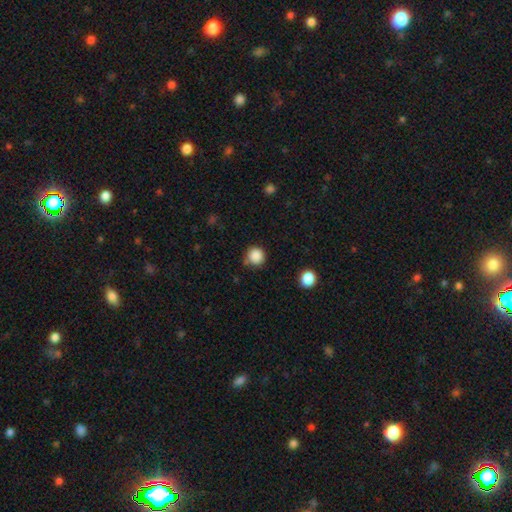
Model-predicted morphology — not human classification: smooth_or_featured: smooth (p=0.87) [alt: star or artifact p=0.10]
how_rounded: round (p=0.94) [alt: in between p=0.05]
merging: none (p=0.81) [alt: minor disturbance p=0.12]